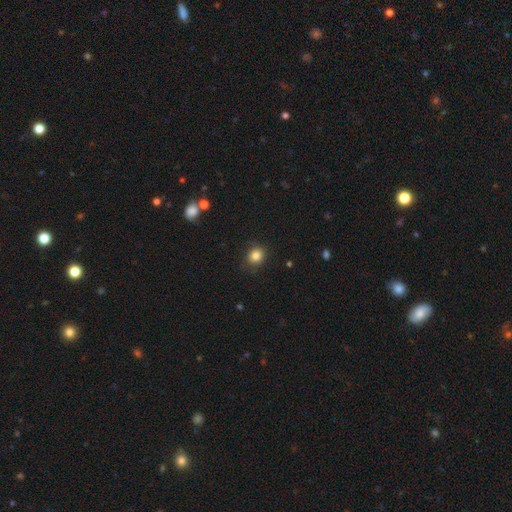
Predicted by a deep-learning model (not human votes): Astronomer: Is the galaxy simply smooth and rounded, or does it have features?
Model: smooth — 84%.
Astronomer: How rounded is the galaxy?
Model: round — 77%.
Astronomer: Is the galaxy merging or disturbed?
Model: none — 82%.